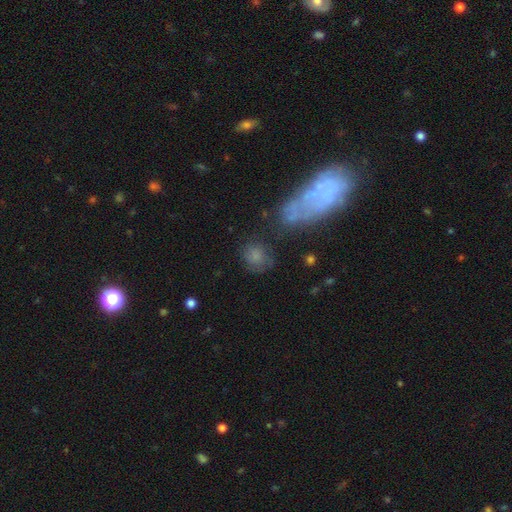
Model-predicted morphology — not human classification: Overall: smooth (67%). How rounded: round (70%). Merging: none (58%; minor disturbance 21%).